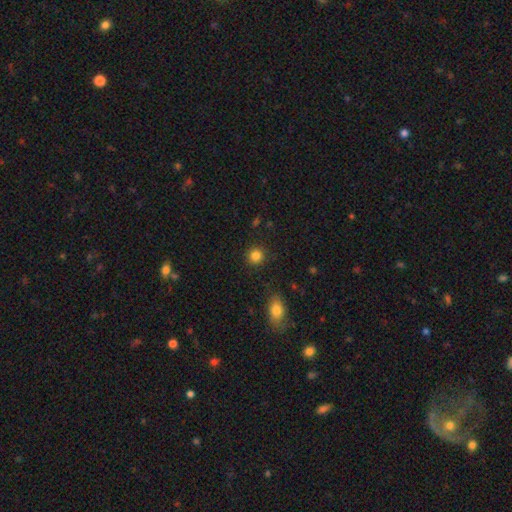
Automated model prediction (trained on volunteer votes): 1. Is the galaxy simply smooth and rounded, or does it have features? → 85% smooth, 11% star or artifact, 4% featured or disk.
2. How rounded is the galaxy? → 90% round, 9% in between, 1% cigar-shaped.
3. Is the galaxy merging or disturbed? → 90% none, 6% minor disturbance, 2% major disturbance, 2% merger.